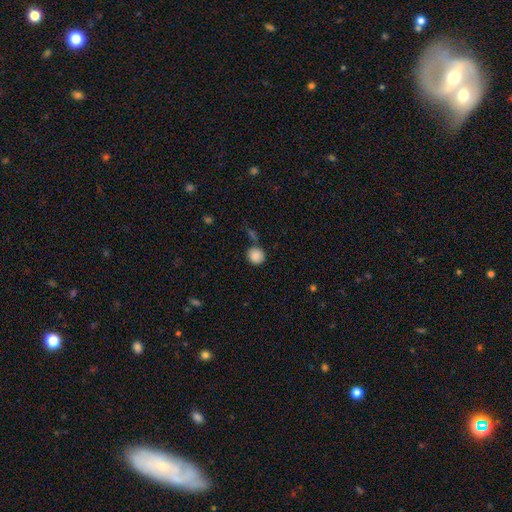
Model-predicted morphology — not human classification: Smooth or featured? smooth (87%)
How rounded? round (91%)
Merging? none (75%)